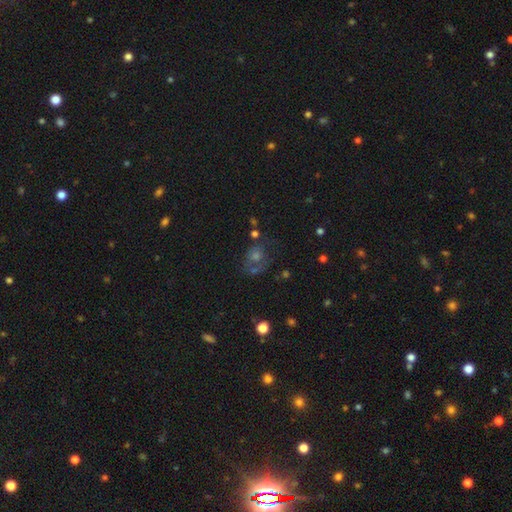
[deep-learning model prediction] A smooth galaxy with no disk features (40%). Merging: none (53%).